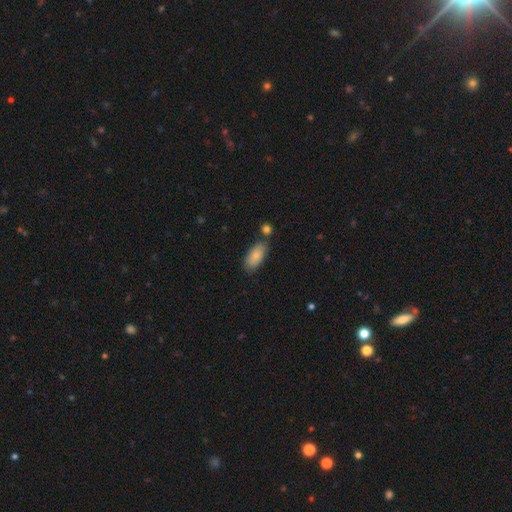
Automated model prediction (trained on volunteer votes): Smooth or featured: smooth — 85% (featured or disk — 9%)
How rounded: in between — 87% (cigar-shaped — 10%)
Merging: none — 72% (minor disturbance — 15%)